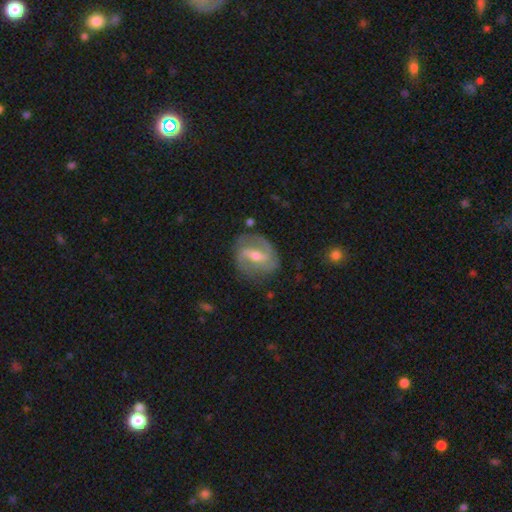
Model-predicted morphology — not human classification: The model was most divided on "bar": strong: 48%, weak: 39%, no: 12%. Remaining: edge-on disk — no (95%); spiral arms — yes (88%); spiral arm count — 2 (80%); smooth or featured — featured or disk (80%); merging — none (72%); bulge size — moderate (58%); spiral winding — medium (46%).